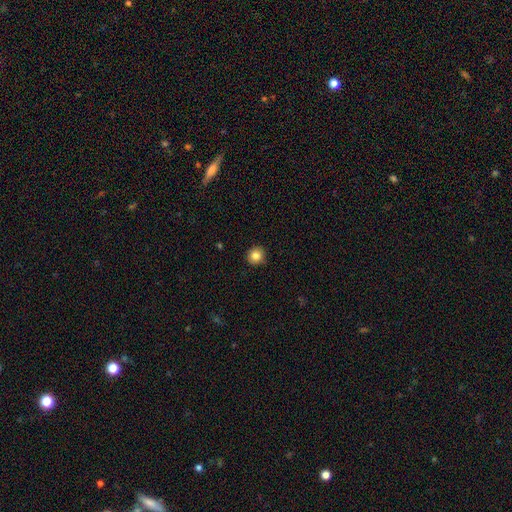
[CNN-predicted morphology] Smooth or featured: smooth — 83% (star or artifact — 10%)
How rounded: round — 89% (in between — 10%)
Merging: none — 91% (minor disturbance — 6%)